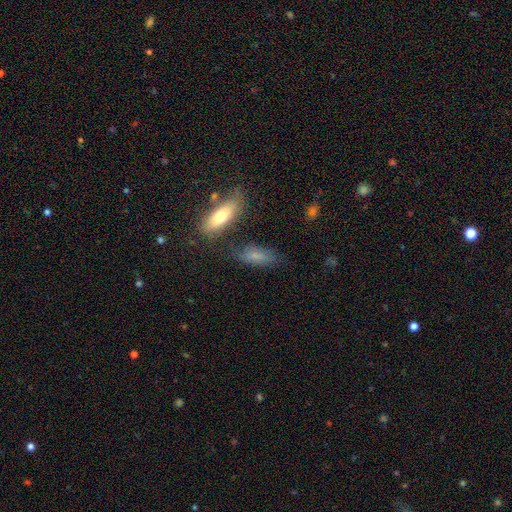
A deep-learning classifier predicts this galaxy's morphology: Smooth or featured? Predicted: smooth (p=0.72). How rounded? Predicted: in between (p=0.69). Merging? Predicted: none (p=0.66).